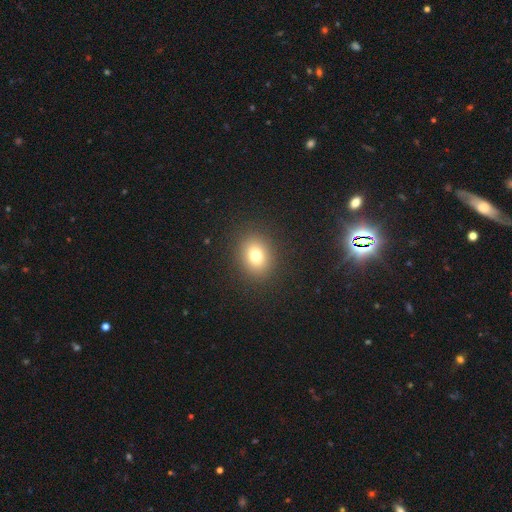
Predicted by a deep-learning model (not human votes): smooth 76%, star or artifact 14%, featured or disk 10%. Down the decision tree: how rounded — round (60%); merging — none (89%).